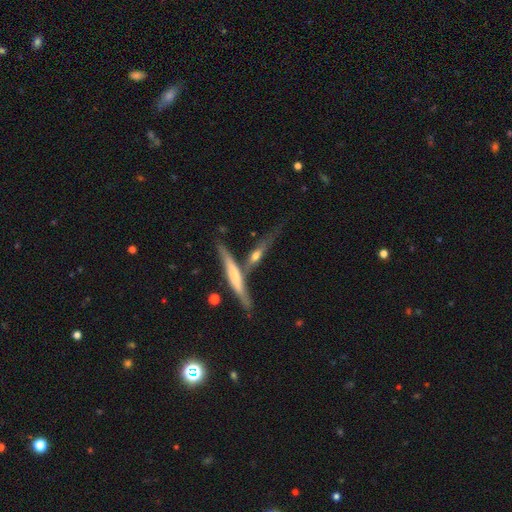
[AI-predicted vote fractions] Smooth or featured? Predicted: featured or disk (p=0.63). Edge-on disk? Predicted: yes (p=0.91). Edge-on bulge? Predicted: rounded (p=0.77). Merging? Predicted: none (p=0.54).